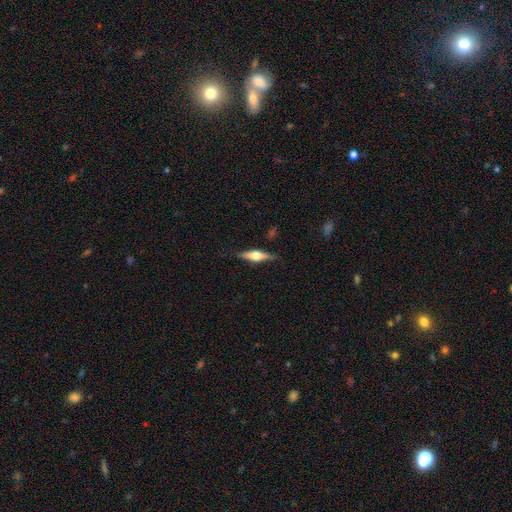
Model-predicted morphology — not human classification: smooth_or_featured: featured or disk (p=0.65) [alt: smooth p=0.29]
disk_edge_on: yes (p=0.96) [alt: no p=0.04]
edge_on_bulge: rounded (p=0.92) [alt: boxy p=0.06]
merging: none (p=0.83) [alt: minor disturbance p=0.12]